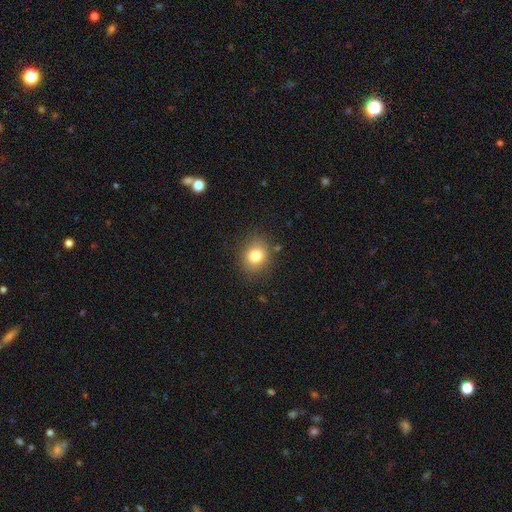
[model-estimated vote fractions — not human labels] Q: Smooth or featured?
A: smooth (80%); runner-up: star or artifact (11%)
Q: How rounded?
A: round (67%); runner-up: in between (32%)
Q: Merging?
A: none (84%); runner-up: minor disturbance (11%)